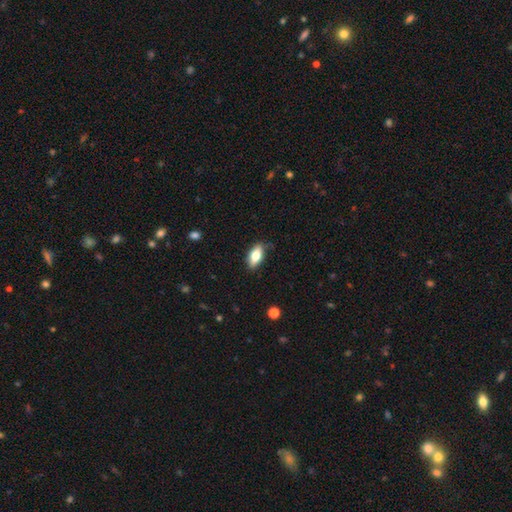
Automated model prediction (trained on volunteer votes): Smooth or featured? smooth (71%)
How rounded? in between (83%)
Merging? none (81%)